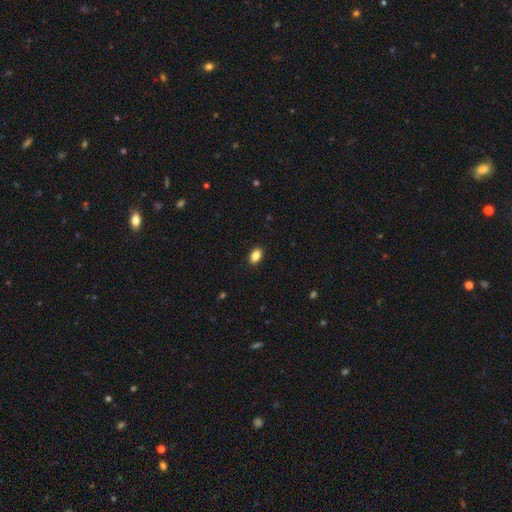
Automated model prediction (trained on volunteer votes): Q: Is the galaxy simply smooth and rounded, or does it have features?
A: smooth — 88%.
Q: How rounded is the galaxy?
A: in between — 86%.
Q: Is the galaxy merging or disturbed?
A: none — 90%.